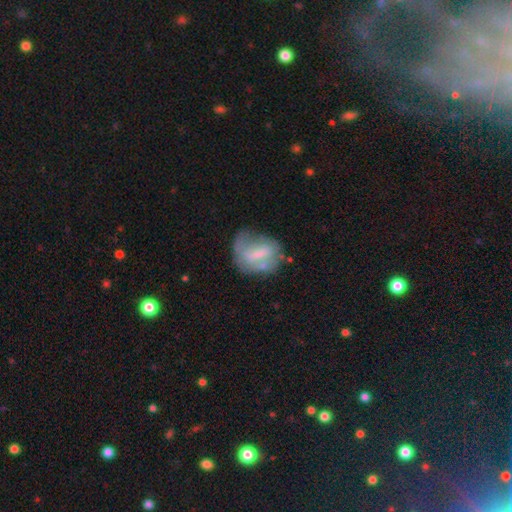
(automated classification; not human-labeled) Smooth or featured? featured or disk (51%)
Edge-on disk? no (95%)
Merging? none (44%)